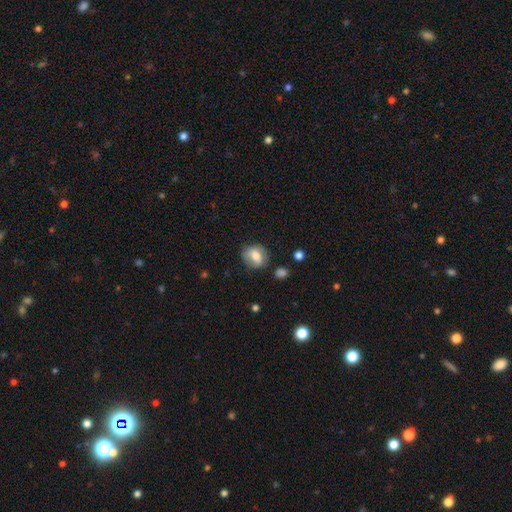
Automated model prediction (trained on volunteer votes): Smooth or featured?
  - smooth: 66% *
  - featured or disk: 26%
  - star or artifact: 8%
How rounded?
  - round: 58% *
  - in between: 41%
  - cigar-shaped: 1%
Merging?
  - none: 73% *
  - minor disturbance: 19%
  - major disturbance: 6%
  - merger: 3%